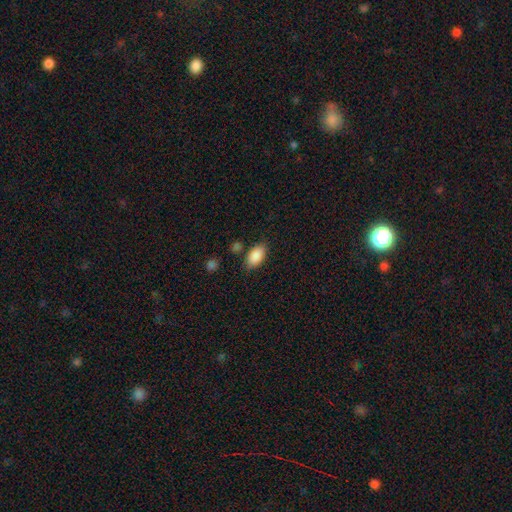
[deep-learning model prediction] smooth 89%, star or artifact 7%, featured or disk 4%. Down the decision tree: how rounded — in between (93%); merging — none (79%).